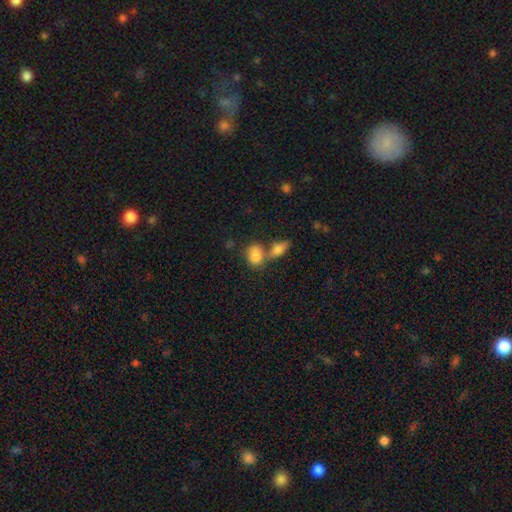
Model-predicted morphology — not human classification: A smooth galaxy with no disk features (80%) that is in between round and cigar-shaped (67%).

Vote fractions:
- Smooth or featured? smooth: 80% / featured or disk: 11% / star or artifact: 9%
- How rounded? in between: 67% / round: 30% / cigar-shaped: 3%
- Merging? merger: 45% / none: 39% / minor disturbance: 11% / major disturbance: 5%